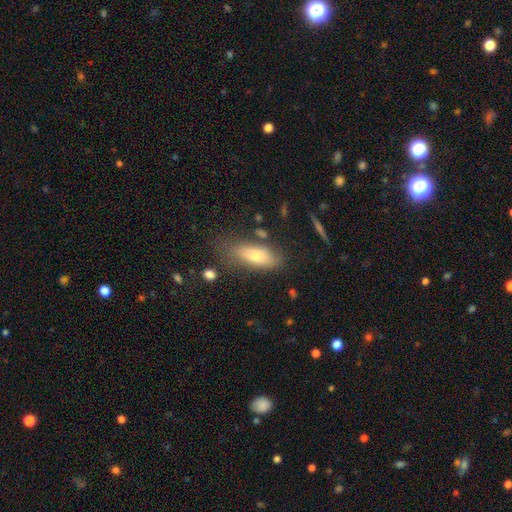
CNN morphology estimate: Q: Smooth or featured?
A: smooth (71%); runner-up: featured or disk (20%)
Q: How rounded?
A: in between (71%); runner-up: cigar-shaped (26%)
Q: Merging?
A: none (64%); runner-up: minor disturbance (23%)